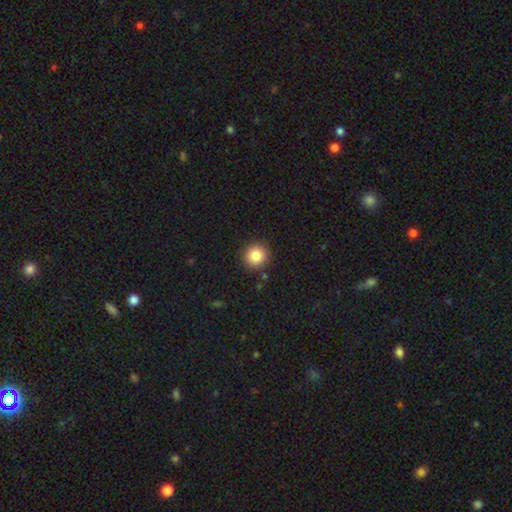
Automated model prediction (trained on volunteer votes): smooth_or_featured: smooth (p=0.85) [alt: star or artifact p=0.10]
how_rounded: round (p=0.93) [alt: in between p=0.06]
merging: none (p=0.90) [alt: minor disturbance p=0.06]